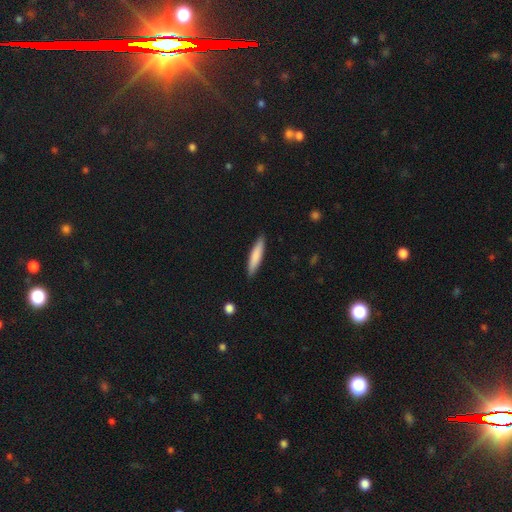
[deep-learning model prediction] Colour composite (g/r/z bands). It shows a smooth galaxy with no disk features (79%) that is cigar-shaped (86%). Merging: none (89%).